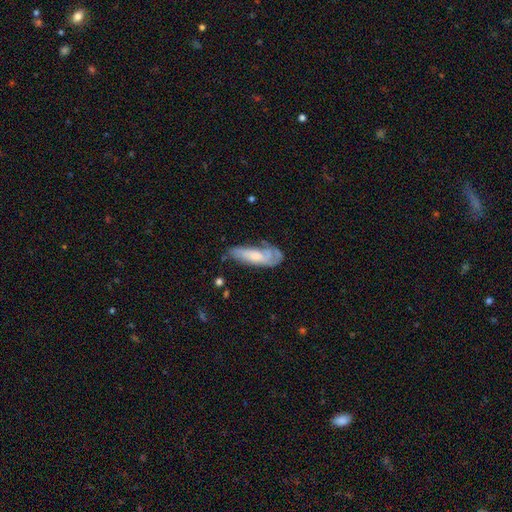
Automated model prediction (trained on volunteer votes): This is possibly a featured or disk galaxy (52%). It is clearly not viewed edge-on (80%). Merging: possibly none (45%).